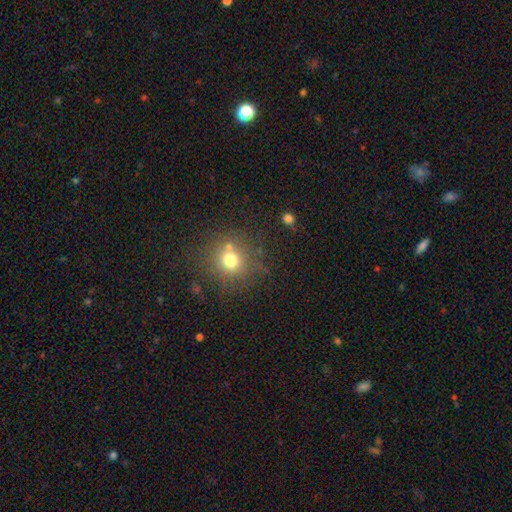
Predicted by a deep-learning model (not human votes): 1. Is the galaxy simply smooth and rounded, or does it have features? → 59% smooth, 32% star or artifact, 9% featured or disk.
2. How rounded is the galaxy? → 89% round, 10% in between, 1% cigar-shaped.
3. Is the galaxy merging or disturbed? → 88% none, 8% minor disturbance, 3% major disturbance, 2% merger.